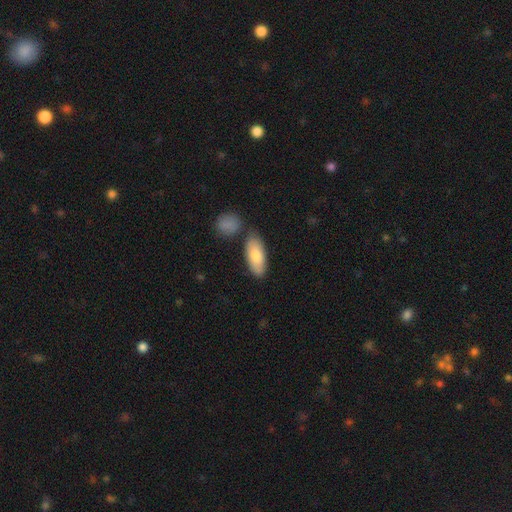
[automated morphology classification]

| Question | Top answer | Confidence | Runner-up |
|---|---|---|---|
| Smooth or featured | smooth | 81% | featured or disk (13%) |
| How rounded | in between | 86% | cigar-shaped (11%) |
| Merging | none | 67% | minor disturbance (15%) |